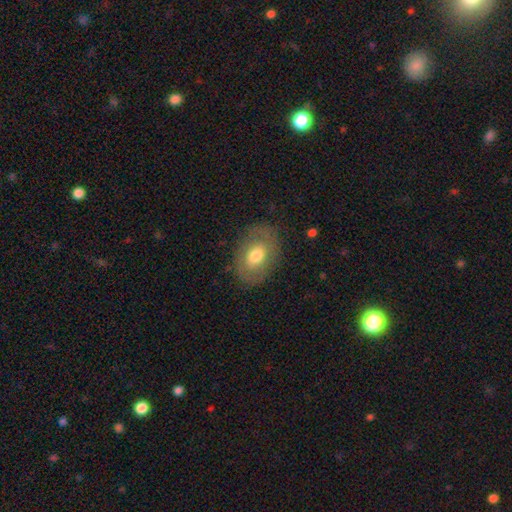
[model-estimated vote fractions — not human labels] This appears to be a smooth galaxy with no disk features (58%) that is in between round and cigar-shaped (75%). Merging: none (77%).